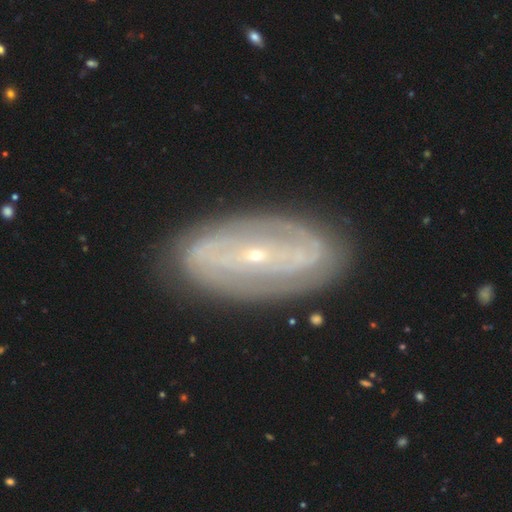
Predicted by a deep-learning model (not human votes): smooth-or-featured: featured or disk: 82% | smooth: 12% | star or artifact: 6%
  disk-edge-on: no: 91% | yes: 9%
    bar: strong: 40% | no: 30% | weak: 29%
    has-spiral-arms: yes: 83% | no: 17%
      spiral-winding: tight: 57% | medium: 29% | loose: 13%
      spiral-arm-count: 2: 54% | can't tell: 28% | 3: 7% | 4: 5% | more than 4: 4% | 1: 4%
    bulge-size: small: 82% | moderate: 15% | large: 1% | none: 1% | dominant: 1%
  merging: none: 83% | minor disturbance: 12% | major disturbance: 3% | merger: 1%